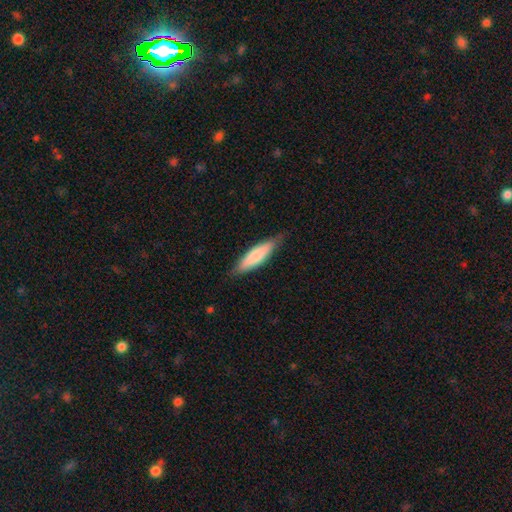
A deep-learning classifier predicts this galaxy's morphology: Smooth or featured? Predicted: smooth (p=0.76). How rounded? Predicted: cigar-shaped (p=0.65). Merging? Predicted: none (p=0.80).